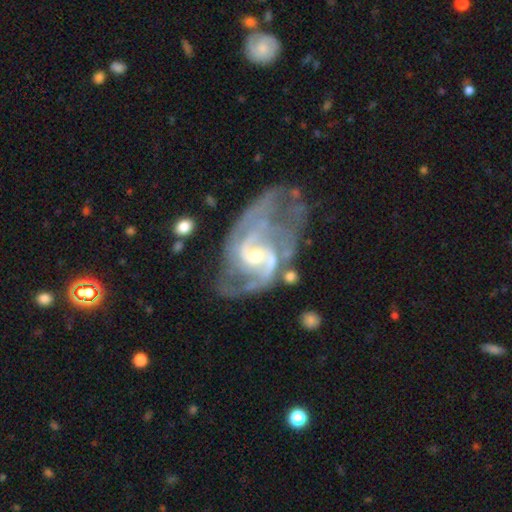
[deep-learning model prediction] A featured or disk galaxy (91%) with a weak bar (45%), 2 (72%) medium (54%) spiral arms (97%) and a small central bulge (51%). Merging: none (45%).